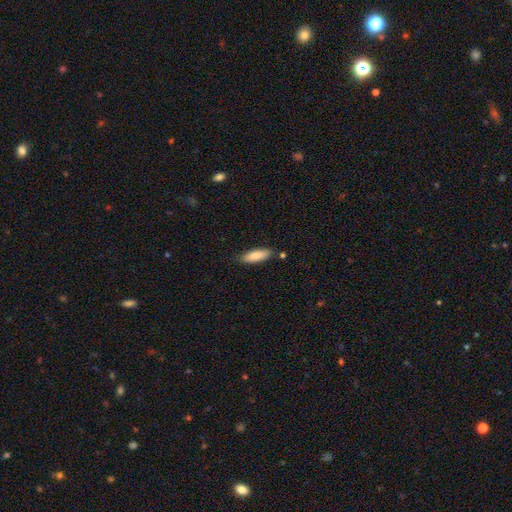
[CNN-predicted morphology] Smooth or featured: smooth — 84% (featured or disk — 10%)
How rounded: in between — 52% (cigar-shaped — 46%)
Merging: none — 82% (minor disturbance — 13%)